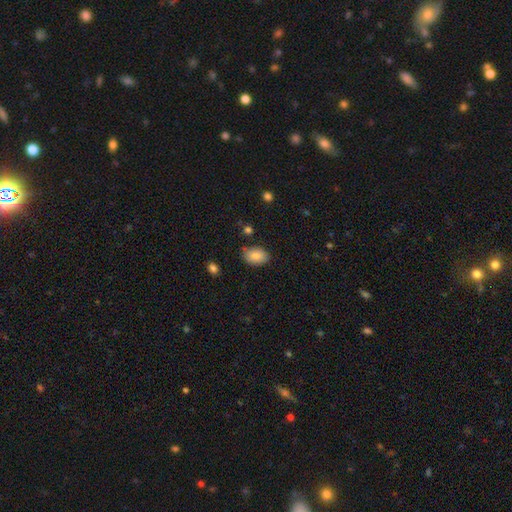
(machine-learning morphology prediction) Smooth or featured? Predicted: smooth (p=0.86). How rounded? Predicted: in between (p=0.86). Merging? Predicted: none (p=0.78).